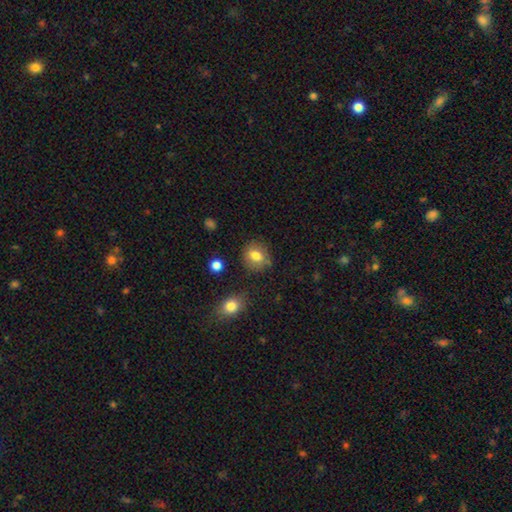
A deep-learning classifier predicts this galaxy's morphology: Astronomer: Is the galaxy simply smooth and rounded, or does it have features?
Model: smooth — 79%.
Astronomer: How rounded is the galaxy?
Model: round — 71%.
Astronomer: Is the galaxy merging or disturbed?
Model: none — 78%.